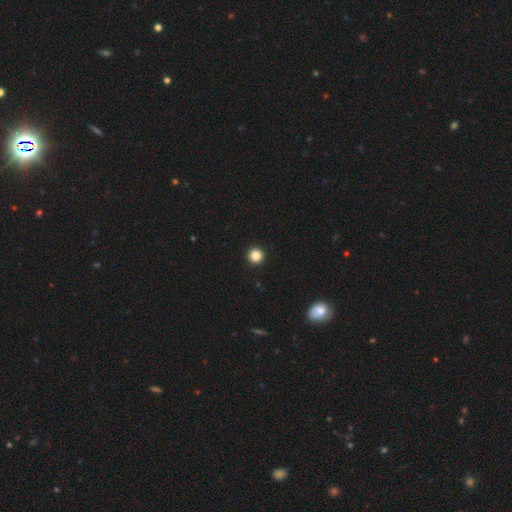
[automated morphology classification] Smooth or featured? Predicted: smooth (p=0.85). How rounded? Predicted: round (p=0.96). Merging? Predicted: none (p=0.94).